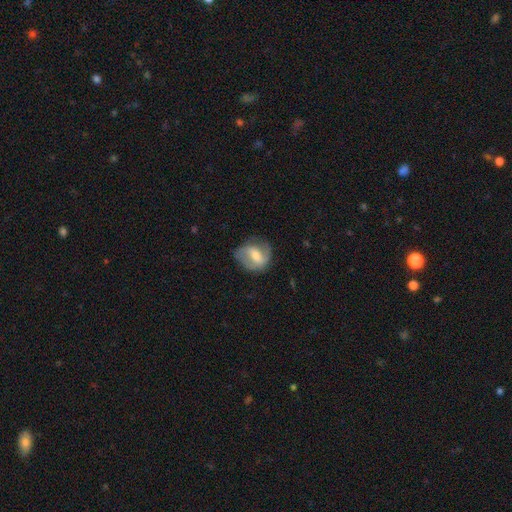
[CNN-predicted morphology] Overall: featured or disk (58%; smooth 35%). Edge-on disk: no (96%). Bar: weak (47%; strong 30%). Spiral arms: yes (78%). Bulge size: moderate (58%; small 29%). Merging: none (62%; minor disturbance 24%).